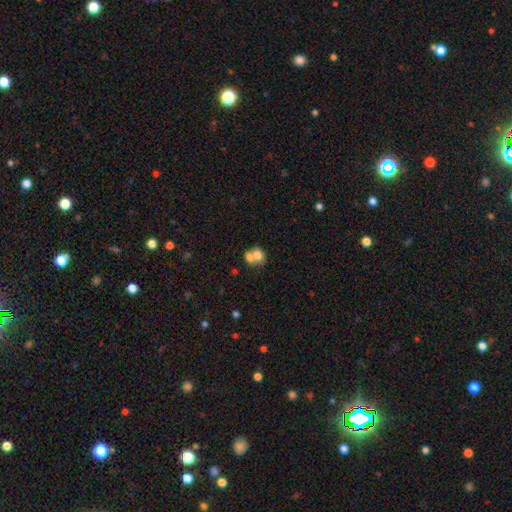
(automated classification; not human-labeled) smooth 73%, featured or disk 17%, star or artifact 9%. Down the decision tree: how rounded — round (52%); merging — merger (64%).